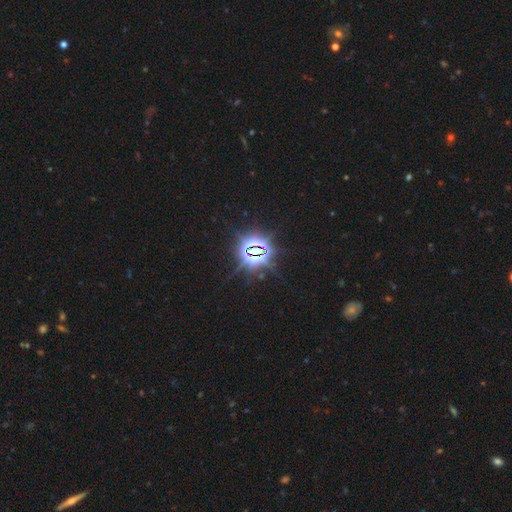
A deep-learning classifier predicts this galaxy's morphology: smooth_or_featured: star or artifact (p=0.85) [alt: featured or disk p=0.08]